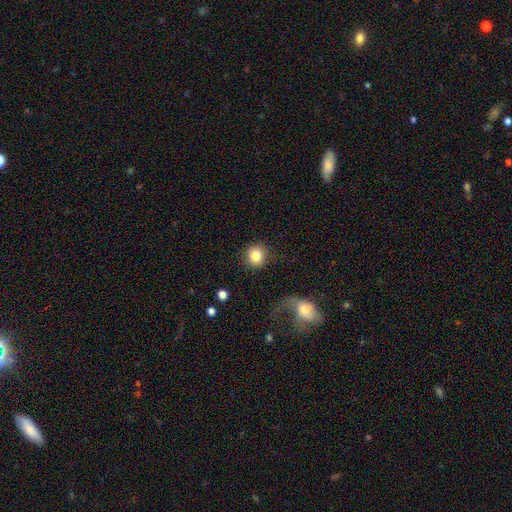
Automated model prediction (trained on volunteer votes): This is clearly a smooth galaxy (83%). How rounded: clearly round (87%). Merging: clearly none (84%).